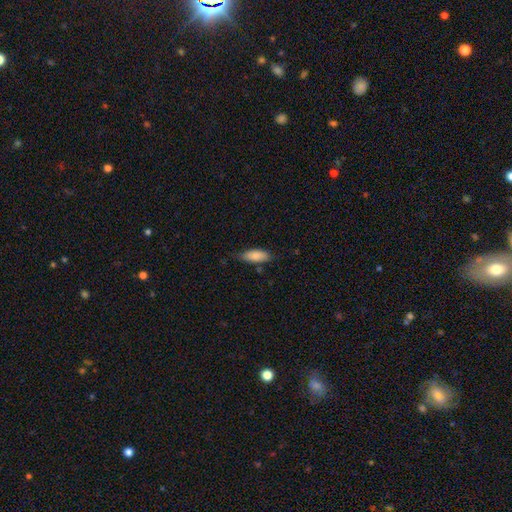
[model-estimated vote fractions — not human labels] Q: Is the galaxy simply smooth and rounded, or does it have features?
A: smooth — 85%.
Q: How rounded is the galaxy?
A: in between — 77%.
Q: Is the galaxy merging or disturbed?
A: none — 73%.